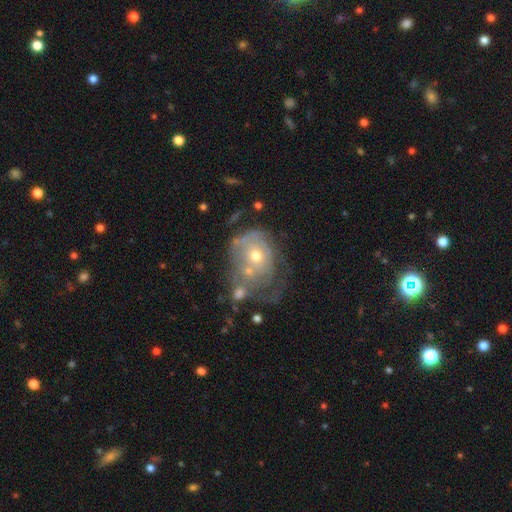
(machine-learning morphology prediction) smooth_or_featured: featured or disk (p=0.66) [alt: smooth p=0.25]
disk_edge_on: no (p=0.96) [alt: yes p=0.04]
bar: no (p=0.84) [alt: weak p=0.13]
has_spiral_arms: yes (p=0.56) [alt: no p=0.44]
bulge_size: moderate (p=0.55) [alt: small p=0.40]
merging: merger (p=0.33) [alt: major disturbance p=0.26]